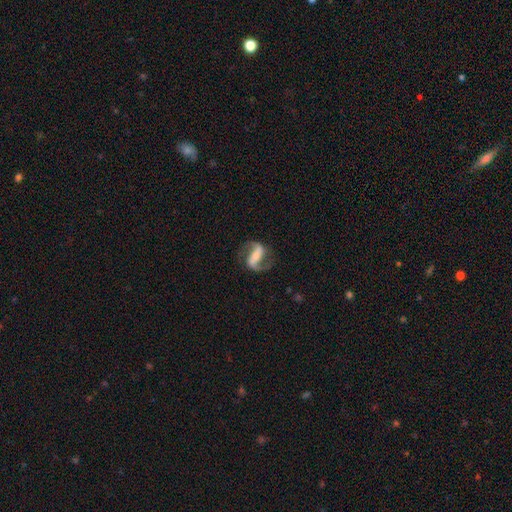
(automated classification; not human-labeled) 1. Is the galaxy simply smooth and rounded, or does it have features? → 87% featured or disk, 8% smooth, 5% star or artifact.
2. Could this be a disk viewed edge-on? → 96% no, 4% yes.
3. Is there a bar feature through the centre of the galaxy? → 62% strong, 25% weak, 13% no.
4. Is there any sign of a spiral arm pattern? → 95% yes, 5% no.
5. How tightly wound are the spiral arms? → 45% medium, 42% loose, 13% tight.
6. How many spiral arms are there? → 92% 2, 3% 1, 2% can't tell, 1% 3, 1% 4, 1% more than 4.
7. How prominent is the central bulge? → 45% small, 32% moderate, 13% none, 8% large, 2% dominant.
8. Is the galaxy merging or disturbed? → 77% none, 13% minor disturbance, 9% major disturbance, 2% merger.